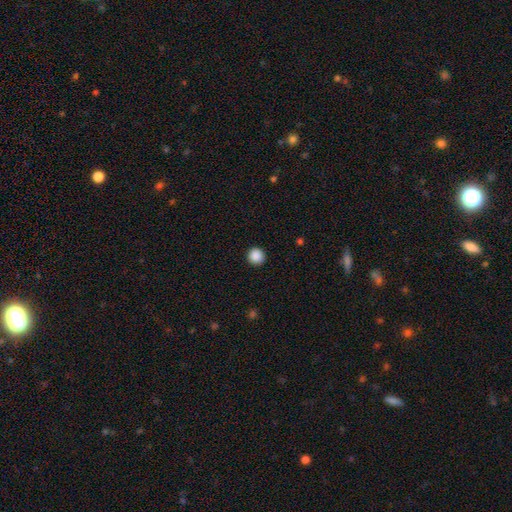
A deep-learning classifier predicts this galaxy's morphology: The model was most divided on "smooth or featured": smooth: 88%, star or artifact: 9%, featured or disk: 3%. More confident: how rounded — round (94%); merging — none (93%).